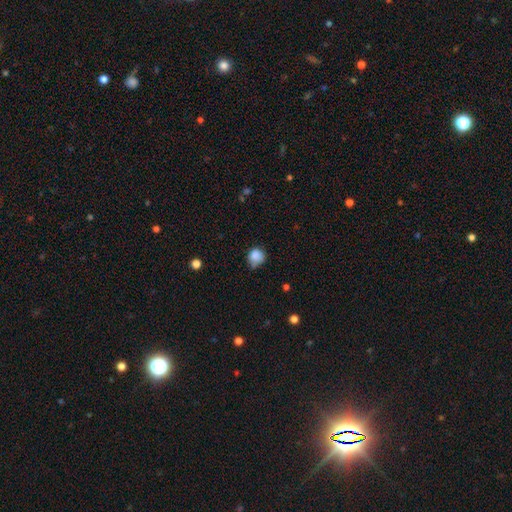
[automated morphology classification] A smooth galaxy with no disk features (84%) that is round (83%).

Vote fractions:
- Smooth or featured? smooth: 84% / star or artifact: 10% / featured or disk: 6%
- How rounded? round: 83% / in between: 16% / cigar-shaped: 1%
- Merging? none: 52% / minor disturbance: 36% / major disturbance: 8% / merger: 4%